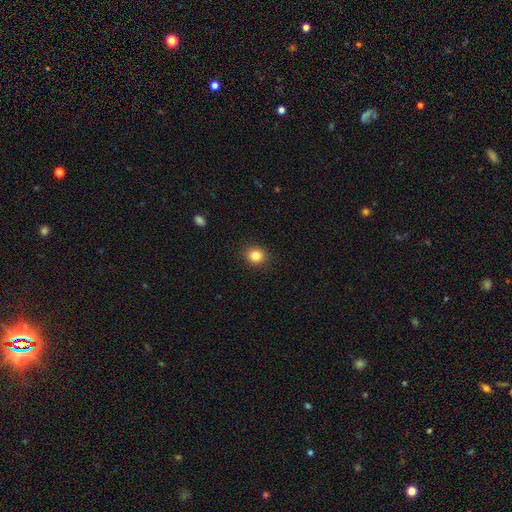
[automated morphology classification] Smooth or featured?
  - smooth: 84% *
  - star or artifact: 11%
  - featured or disk: 5%
How rounded?
  - round: 78% *
  - in between: 21%
  - cigar-shaped: 1%
Merging?
  - none: 90% *
  - minor disturbance: 7%
  - major disturbance: 2%
  - merger: 1%